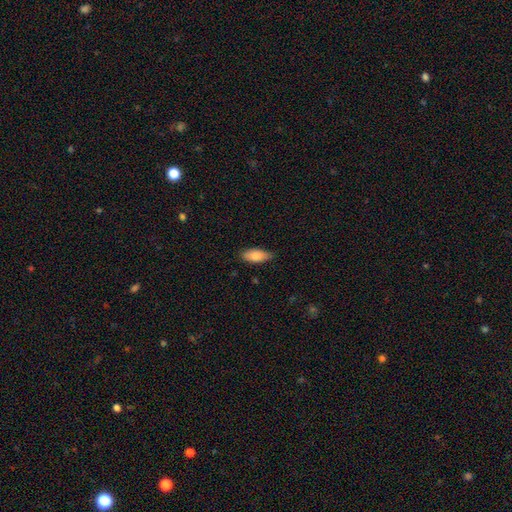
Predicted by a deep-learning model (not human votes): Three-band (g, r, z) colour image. It shows a smooth galaxy with no disk features (84%) that is in between round and cigar-shaped (84%). Merging: none (79%).